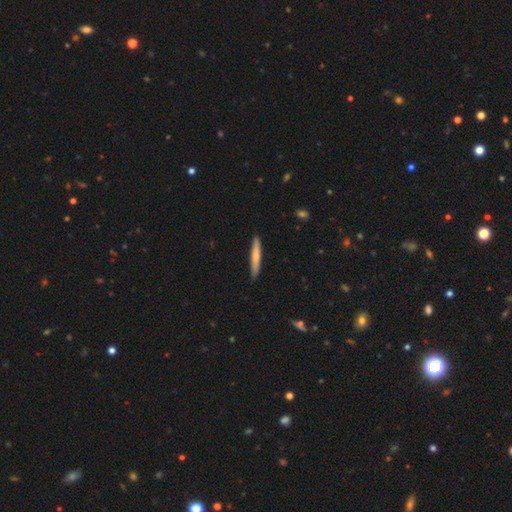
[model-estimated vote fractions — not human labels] A smooth galaxy with no disk features (70%) that is cigar-shaped (95%).

Vote fractions:
- Smooth or featured? smooth: 70% / featured or disk: 25% / star or artifact: 5%
- How rounded? cigar-shaped: 95% / in between: 4% / round: 1%
- Merging? none: 89% / minor disturbance: 8% / major disturbance: 1% / merger: 1%